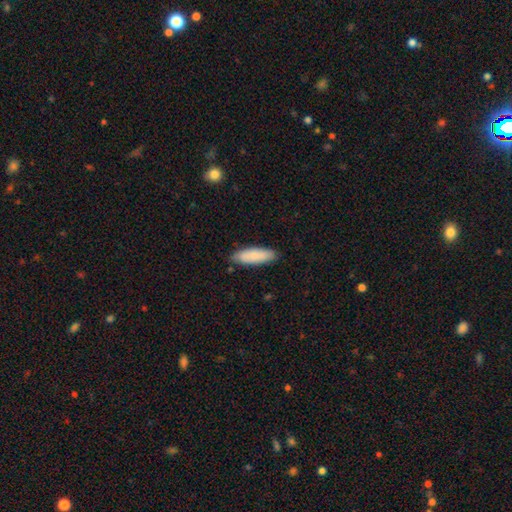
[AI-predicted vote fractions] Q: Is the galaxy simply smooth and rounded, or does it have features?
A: smooth — 85%.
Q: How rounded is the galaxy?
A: in between — 57%.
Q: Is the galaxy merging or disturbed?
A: none — 83%.